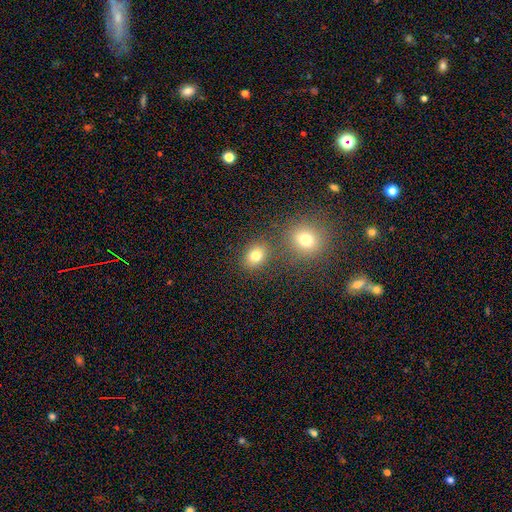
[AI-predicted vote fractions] Smooth or featured?
  - smooth: 78% *
  - star or artifact: 14%
  - featured or disk: 8%
How rounded?
  - in between: 50% *
  - round: 49%
  - cigar-shaped: 1%
Merging?
  - none: 75% *
  - merger: 12%
  - minor disturbance: 10%
  - major disturbance: 3%